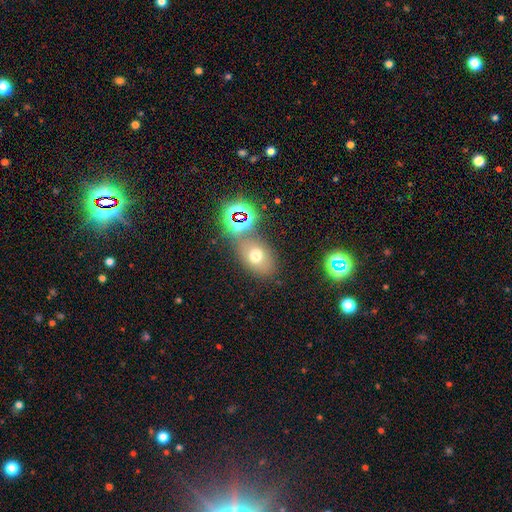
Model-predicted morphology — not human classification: Smooth or featured? smooth (62%)
How rounded? in between (70%)
Merging? none (63%)